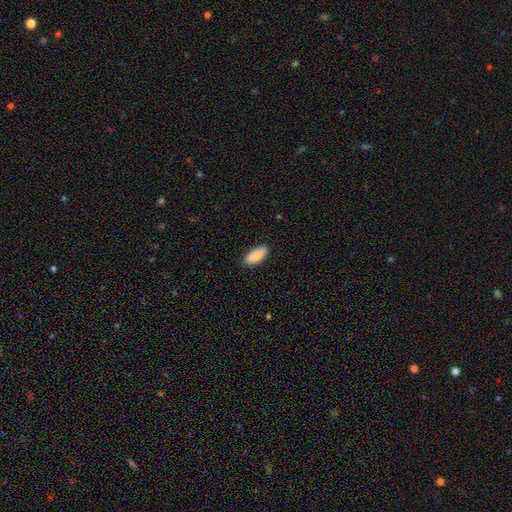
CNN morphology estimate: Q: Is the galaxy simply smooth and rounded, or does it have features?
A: smooth — 88%.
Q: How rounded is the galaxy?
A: in between — 75%.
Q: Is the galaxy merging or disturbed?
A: none — 88%.